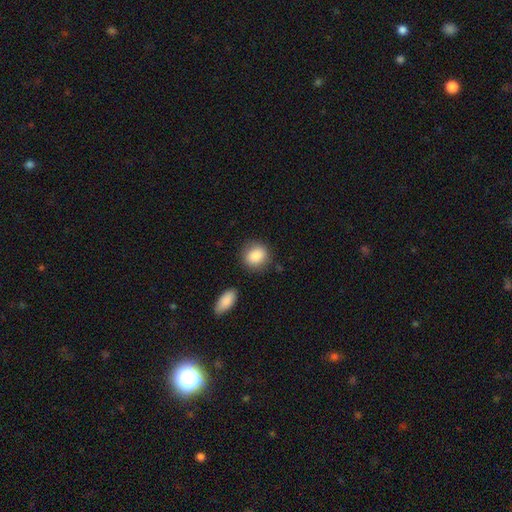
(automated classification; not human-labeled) Smooth or featured: smooth — 87% (star or artifact — 7%)
How rounded: round — 71% (in between — 27%)
Merging: none — 80% (minor disturbance — 12%)